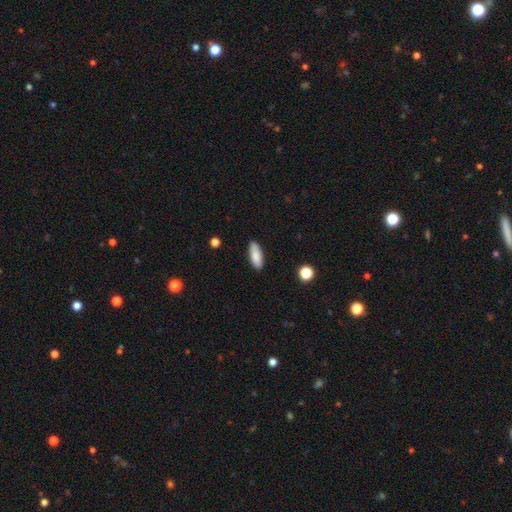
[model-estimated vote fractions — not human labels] smooth 87%, featured or disk 7%, star or artifact 6%. Down the decision tree: how rounded — in between (68%); merging — none (87%).